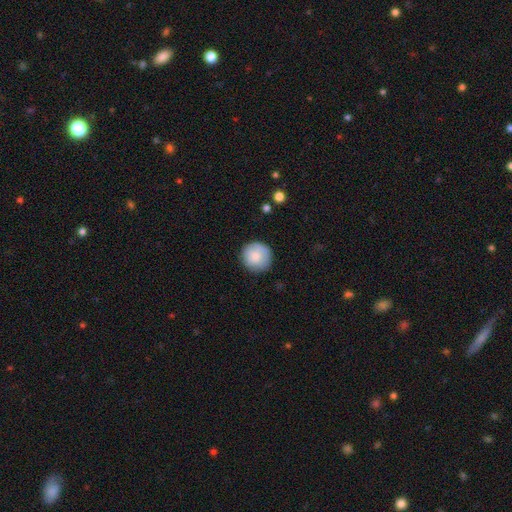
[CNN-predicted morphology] Smooth or featured? smooth (83%)
How rounded? round (94%)
Merging? none (84%)